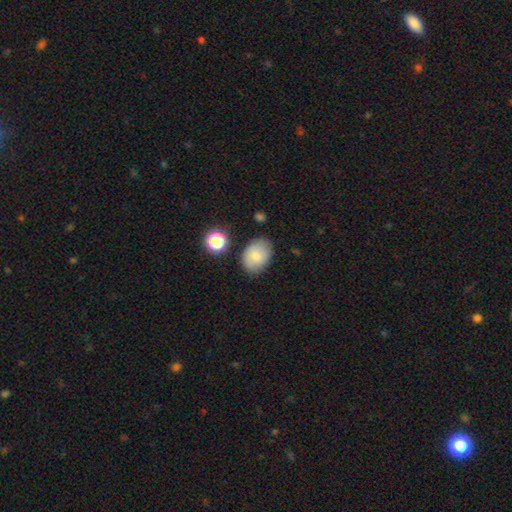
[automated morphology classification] smooth_or_featured: smooth (p=0.81) [alt: featured or disk p=0.11]
how_rounded: in between (p=0.79) [alt: round p=0.20]
merging: none (p=0.76) [alt: minor disturbance p=0.17]